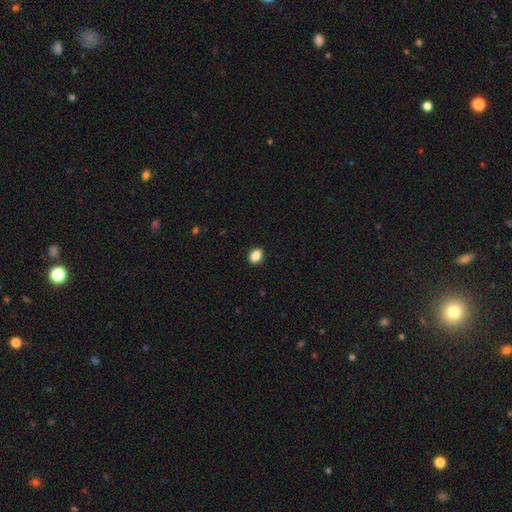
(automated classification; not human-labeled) The model was most divided on "how rounded": in between: 67%, round: 31%, cigar-shaped: 2%. More confident: merging — none (90%); smooth or featured — smooth (87%).